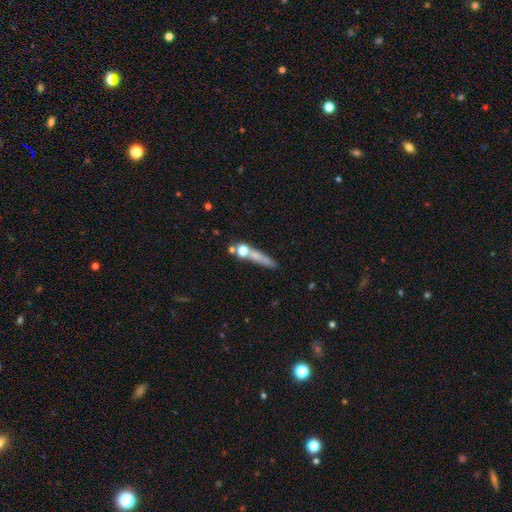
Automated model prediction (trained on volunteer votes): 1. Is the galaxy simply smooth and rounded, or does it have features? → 56% smooth, 30% featured or disk, 14% star or artifact.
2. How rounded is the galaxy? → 74% cigar-shaped, 14% round, 12% in between.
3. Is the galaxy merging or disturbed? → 57% none, 19% merger, 14% minor disturbance, 9% major disturbance.